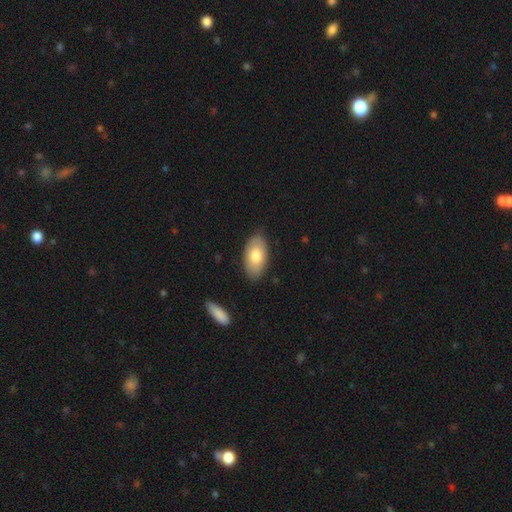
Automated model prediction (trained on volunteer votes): Smooth or featured? Predicted: smooth (p=0.76). How rounded? Predicted: in between (p=0.94). Merging? Predicted: none (p=0.84).